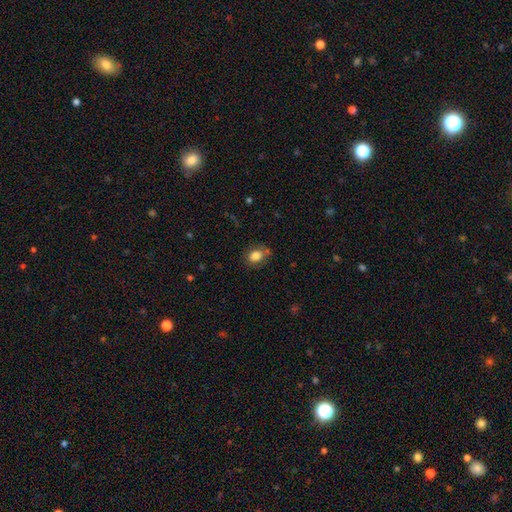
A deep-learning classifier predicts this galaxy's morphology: The model was most divided on "how rounded": in between: 62%, round: 37%, cigar-shaped: 1%. More confident: smooth or featured — smooth (81%); merging — none (72%).